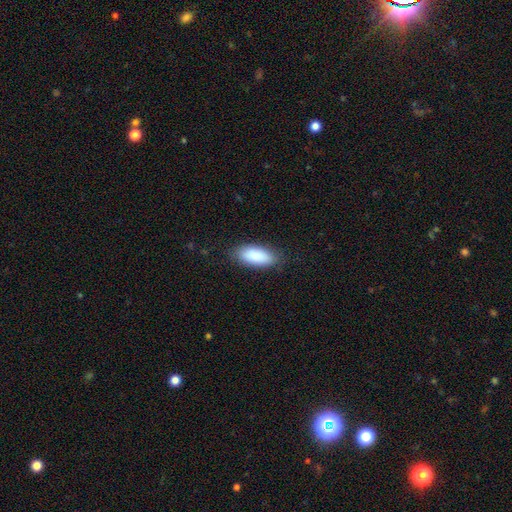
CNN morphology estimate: A smooth galaxy with no disk features (89%) that is in between round and cigar-shaped (86%).

Vote fractions:
- Smooth or featured? smooth: 89% / star or artifact: 6% / featured or disk: 5%
- How rounded? in between: 86% / cigar-shaped: 12% / round: 2%
- Merging? none: 83% / minor disturbance: 13% / major disturbance: 3% / merger: 1%